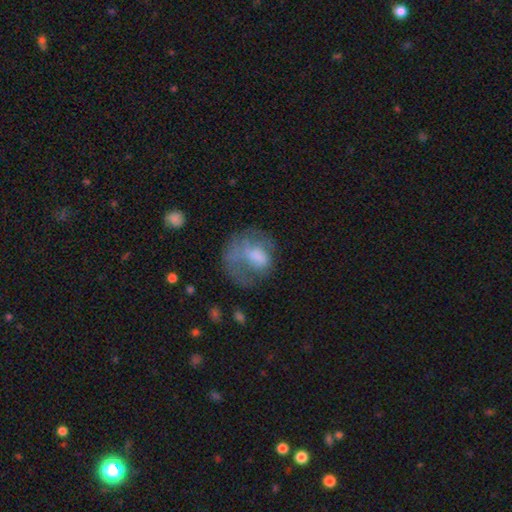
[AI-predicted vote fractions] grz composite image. It shows a smooth galaxy with no disk features (51%) that is round (54%). Merging: major disturbance (43%).